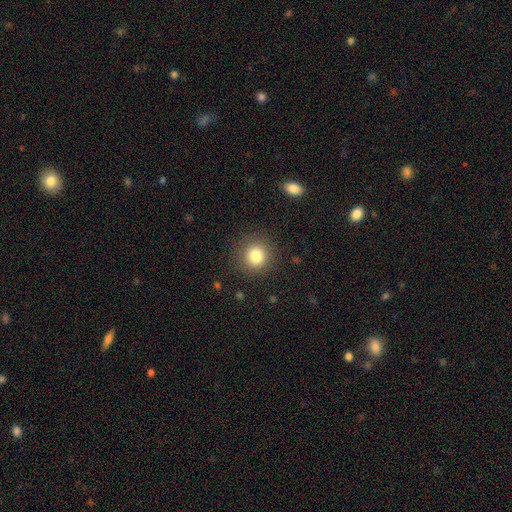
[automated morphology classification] type=smooth (82%); roundness=round (91%); merging=none (88%).